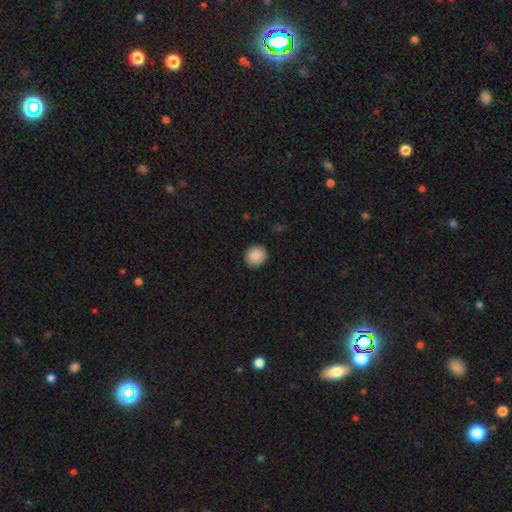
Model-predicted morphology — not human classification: This appears to be a smooth galaxy with no disk features (87%) that is round (88%). Merging: none (92%).